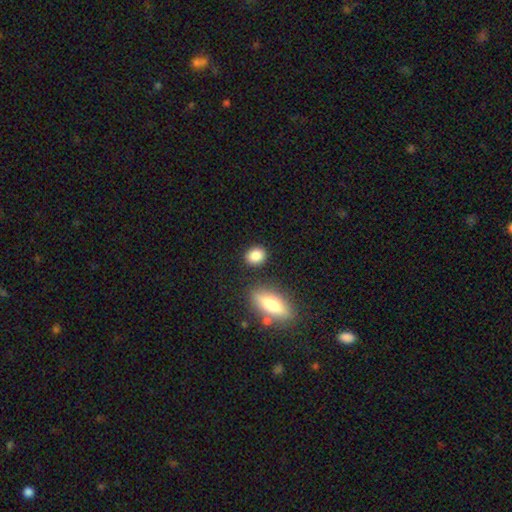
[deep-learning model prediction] Smooth or featured: smooth — 86% (star or artifact — 8%)
How rounded: round — 51% (in between — 47%)
Merging: none — 82% (minor disturbance — 10%)